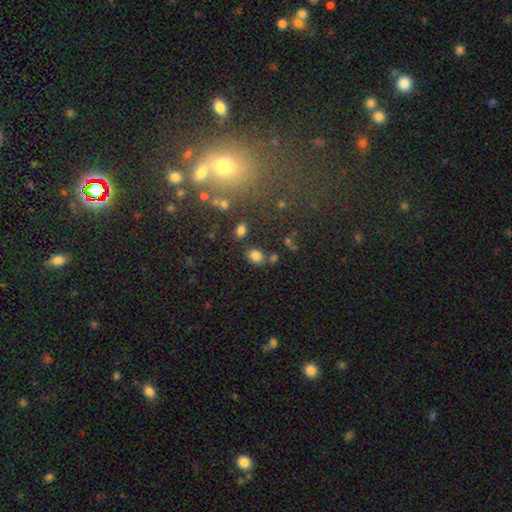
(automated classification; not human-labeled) smooth_or_featured: smooth (p=0.80) [alt: star or artifact p=0.13]
how_rounded: in between (p=0.59) [alt: round p=0.40]
merging: none (p=0.72) [alt: minor disturbance p=0.13]